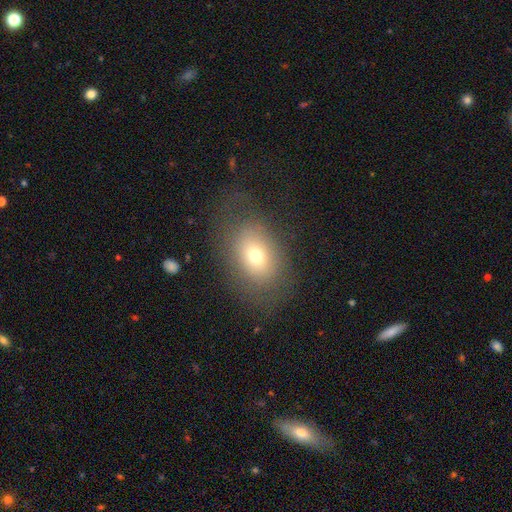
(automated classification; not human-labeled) Q: Smooth or featured?
A: smooth (67%); runner-up: featured or disk (19%)
Q: How rounded?
A: in between (67%); runner-up: round (32%)
Q: Merging?
A: none (70%); runner-up: minor disturbance (15%)